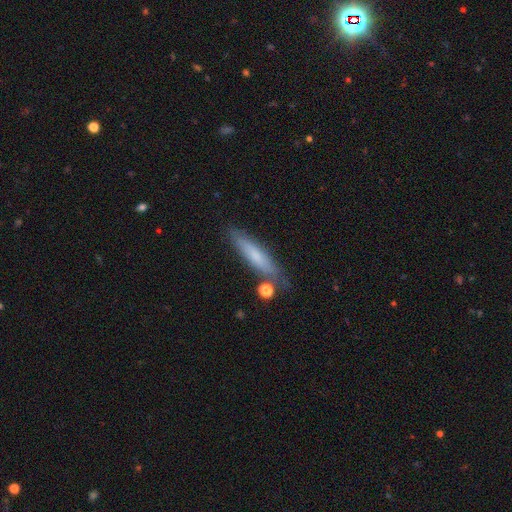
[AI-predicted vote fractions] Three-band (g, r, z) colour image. It shows a smooth galaxy with no disk features (65%) that is cigar-shaped (85%). Merging: none (76%).